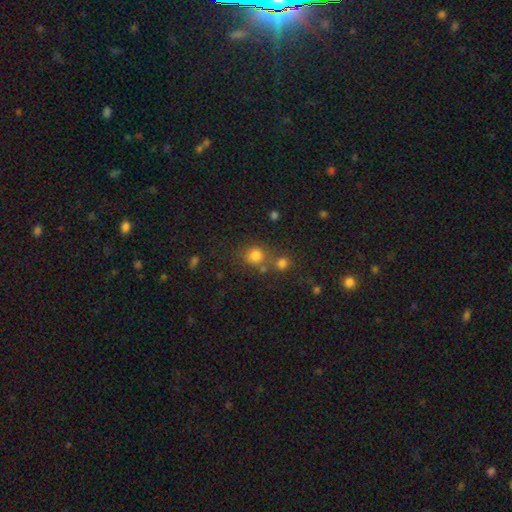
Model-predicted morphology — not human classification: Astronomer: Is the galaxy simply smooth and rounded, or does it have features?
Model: smooth — 78%.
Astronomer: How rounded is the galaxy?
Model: round — 86%.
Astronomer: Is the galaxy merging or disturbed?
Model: none — 59%.